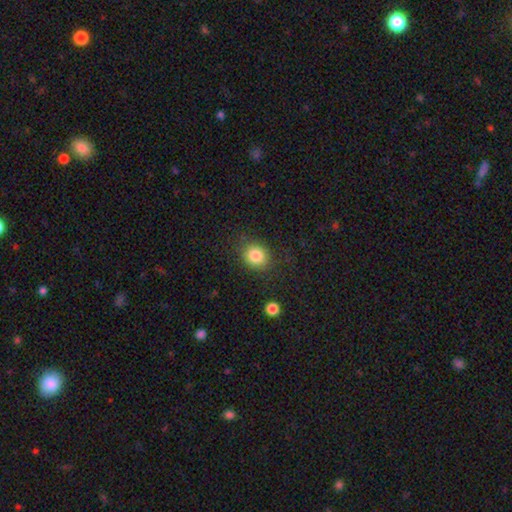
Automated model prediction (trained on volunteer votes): Smooth or featured? smooth (84%)
How rounded? round (68%)
Merging? none (82%)